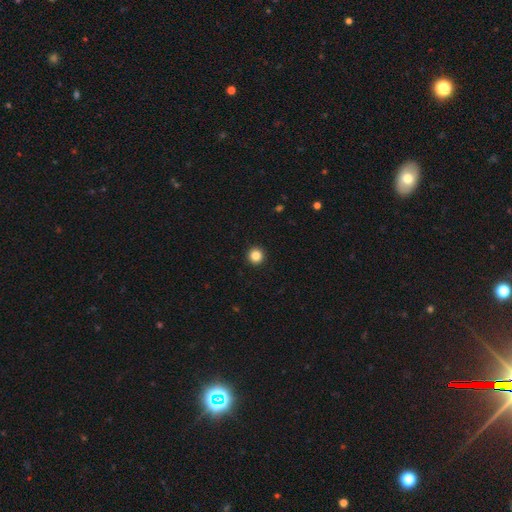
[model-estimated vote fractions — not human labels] This is clearly a smooth galaxy (85%). How rounded: clearly round (96%). Merging: clearly none (94%).